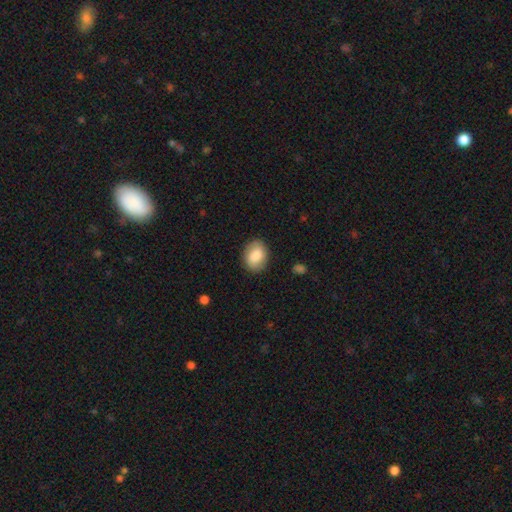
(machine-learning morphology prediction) Overall: smooth (83%). How rounded: in between (71%). Merging: none (86%).